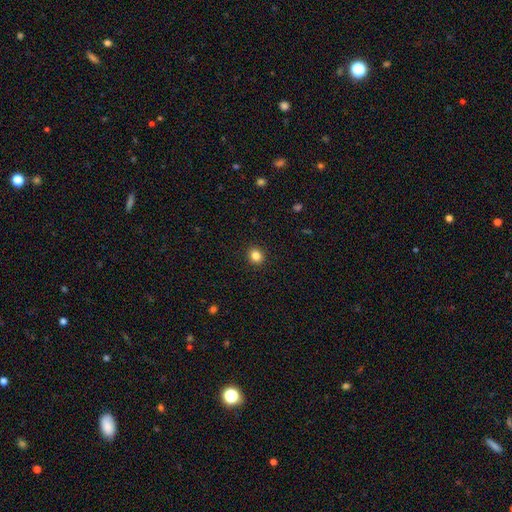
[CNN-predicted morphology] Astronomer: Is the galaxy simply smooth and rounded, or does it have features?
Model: smooth — 84%.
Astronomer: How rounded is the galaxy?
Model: round — 81%.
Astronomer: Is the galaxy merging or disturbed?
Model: none — 92%.